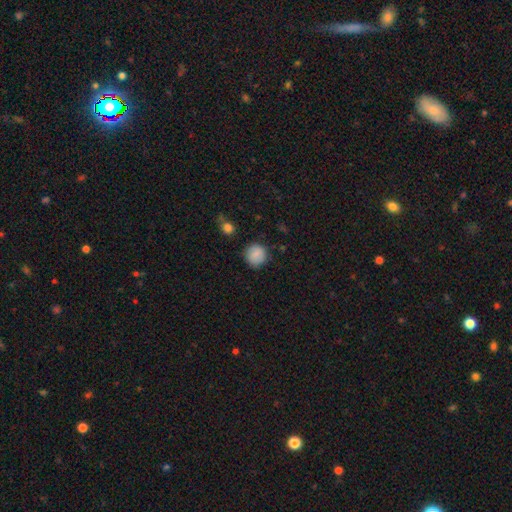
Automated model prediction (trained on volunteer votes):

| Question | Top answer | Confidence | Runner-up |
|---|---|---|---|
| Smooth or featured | smooth | 87% | star or artifact (8%) |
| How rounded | round | 91% | in between (8%) |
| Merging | none | 84% | minor disturbance (12%) |